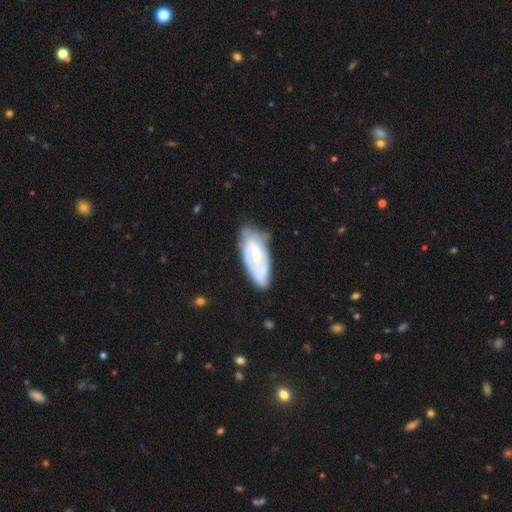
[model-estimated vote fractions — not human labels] smooth_or_featured: featured or disk (p=0.63) [alt: smooth p=0.31]
disk_edge_on: no (p=0.90) [alt: yes p=0.10]
bar: no (p=0.45) [alt: weak p=0.39]
has_spiral_arms: yes (p=0.74) [alt: no p=0.26]
bulge_size: small (p=0.38) [alt: moderate p=0.29]
merging: none (p=0.62) [alt: minor disturbance p=0.27]